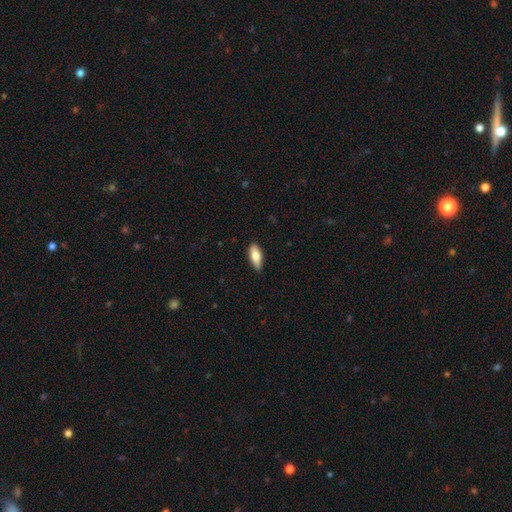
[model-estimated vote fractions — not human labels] Morphology: type=smooth (75%); roundness=in between (67%); merging=none (85%).